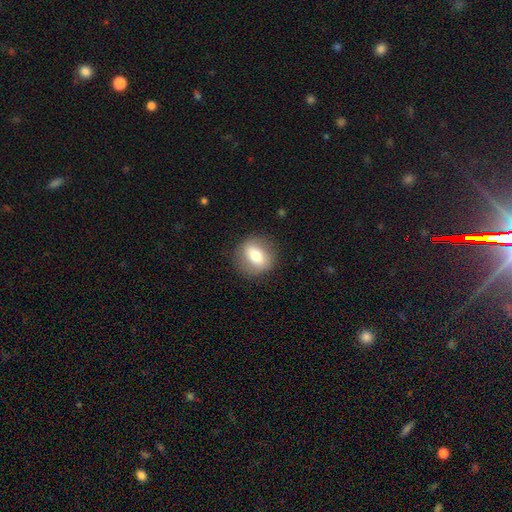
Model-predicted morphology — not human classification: Smooth or featured?
  - smooth: 67% *
  - featured or disk: 25%
  - star or artifact: 8%
How rounded?
  - round: 69% *
  - in between: 29%
  - cigar-shaped: 2%
Merging?
  - none: 84% *
  - minor disturbance: 11%
  - major disturbance: 4%
  - merger: 1%